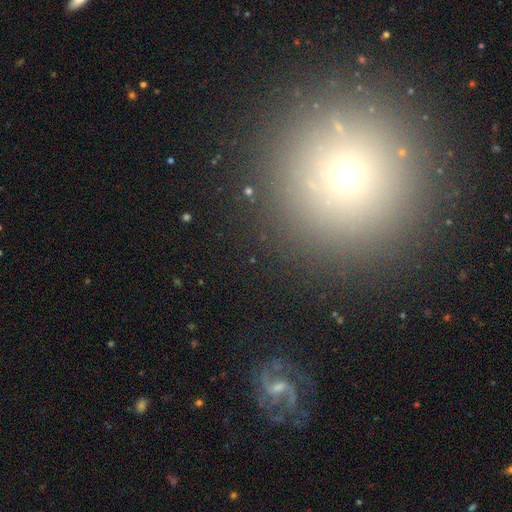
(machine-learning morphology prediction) This appears to be a smooth galaxy with no disk features (57%) that is round (94%). Merging: none (88%).